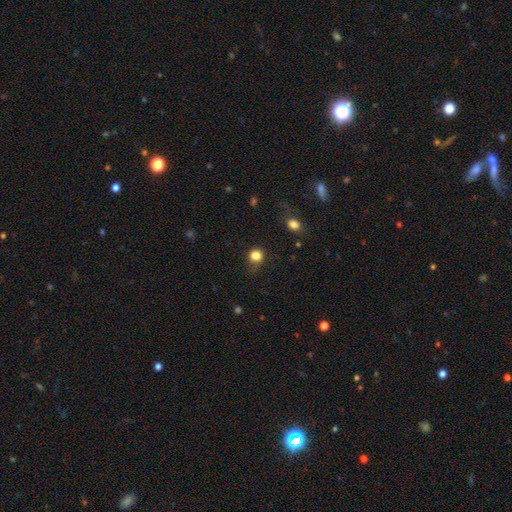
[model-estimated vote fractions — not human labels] Morphology: type=smooth (83%); roundness=round (85%); merging=none (67%).